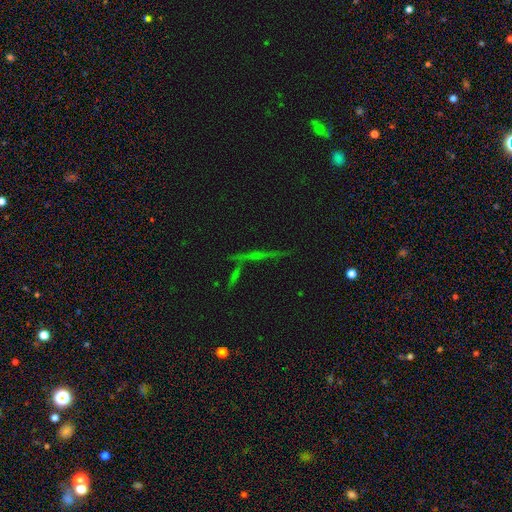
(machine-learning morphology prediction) This is marginally a star or artifact rather than a galaxy (45%).